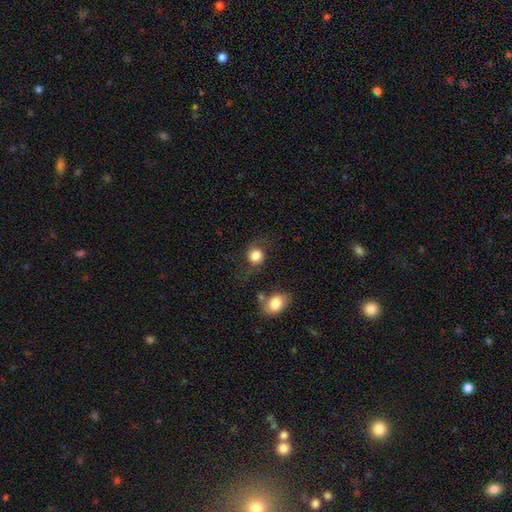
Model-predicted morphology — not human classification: smooth_or_featured: smooth (p=0.74) [alt: featured or disk p=0.18]
how_rounded: round (p=0.81) [alt: in between p=0.18]
merging: none (p=0.56) [alt: minor disturbance p=0.21]